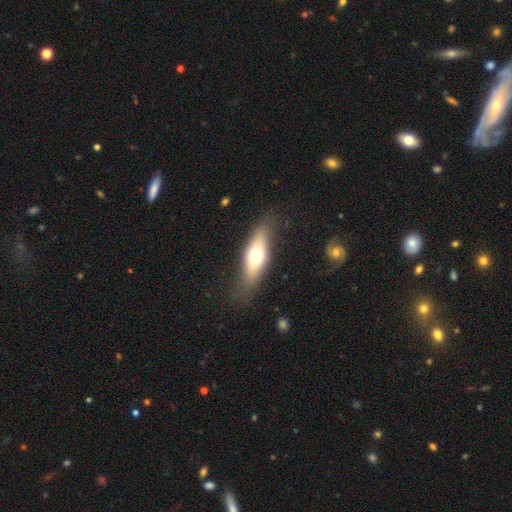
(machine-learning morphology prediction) A smooth galaxy with no disk features (58%) that is in between round and cigar-shaped (56%). Merging: none (80%).